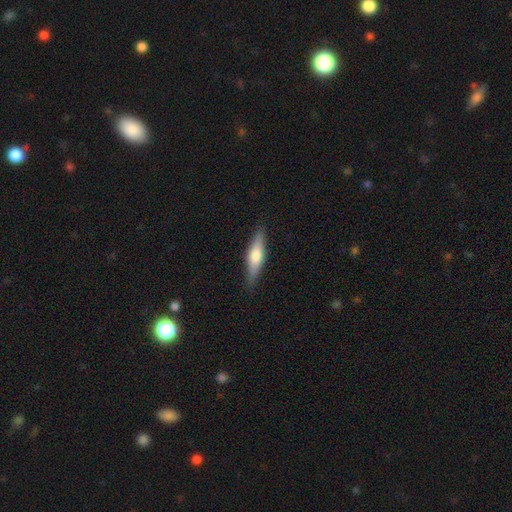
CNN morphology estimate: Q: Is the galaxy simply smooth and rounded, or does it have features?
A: smooth — 55%.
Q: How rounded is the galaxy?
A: cigar-shaped — 69%.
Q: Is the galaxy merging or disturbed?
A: none — 87%.